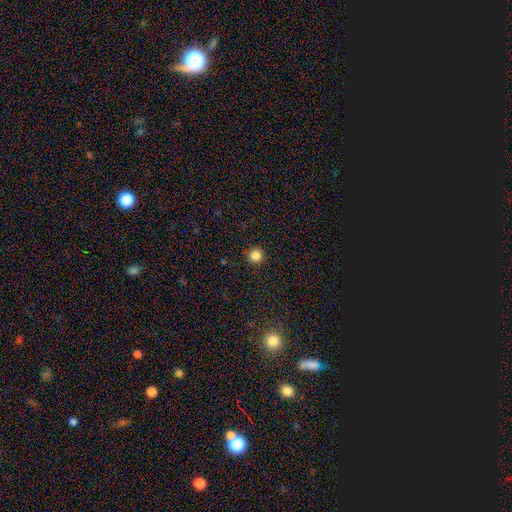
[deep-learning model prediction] smooth-or-featured: smooth: 84% | star or artifact: 12% | featured or disk: 3%
  how-rounded: round: 96% | in between: 3% | cigar-shaped: 1%
  merging: none: 92% | minor disturbance: 5% | major disturbance: 2% | merger: 1%